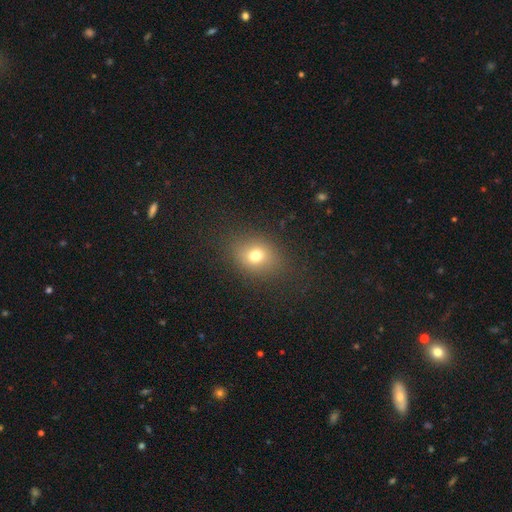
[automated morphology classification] This appears to be a smooth galaxy with no disk features (73%) that is round (51%). Merging: none (83%).